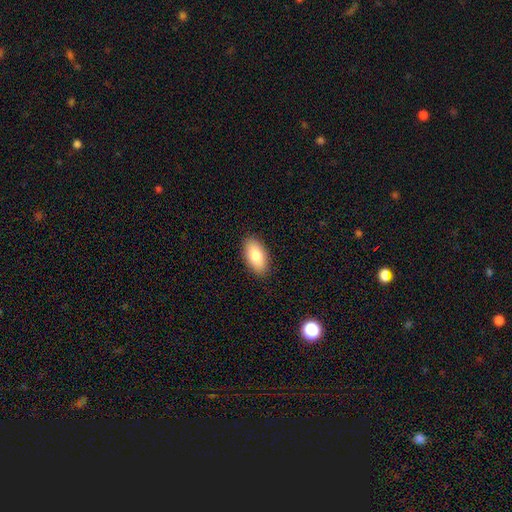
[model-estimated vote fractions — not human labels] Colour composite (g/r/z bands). It shows a smooth galaxy with no disk features (83%) that is in between round and cigar-shaped (94%). Merging: none (89%).